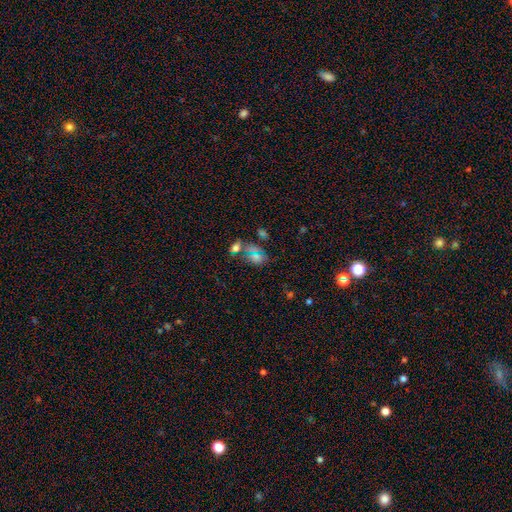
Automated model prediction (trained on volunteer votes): A smooth galaxy with no disk features (61%) that is in between round and cigar-shaped (77%). Merging: none (51%).